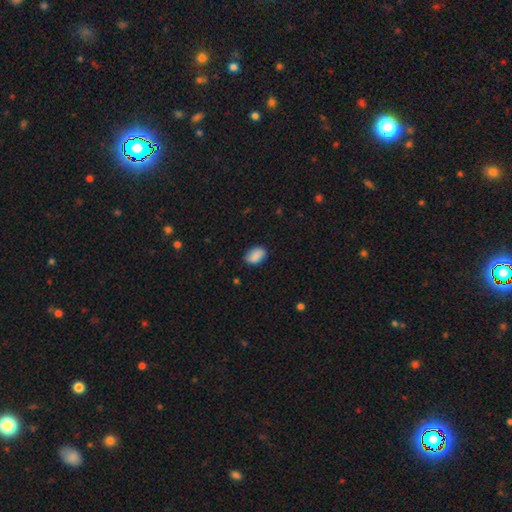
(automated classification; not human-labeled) Smooth or featured: smooth — 88% (star or artifact — 7%)
How rounded: in between — 85% (round — 14%)
Merging: none — 83% (minor disturbance — 14%)